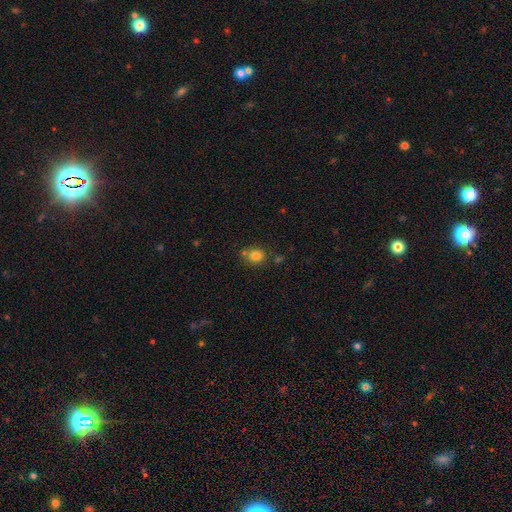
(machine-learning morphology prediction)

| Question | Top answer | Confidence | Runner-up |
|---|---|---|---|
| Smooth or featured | smooth | 80% | star or artifact (12%) |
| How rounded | round | 68% | in between (31%) |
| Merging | none | 67% | merger (15%) |